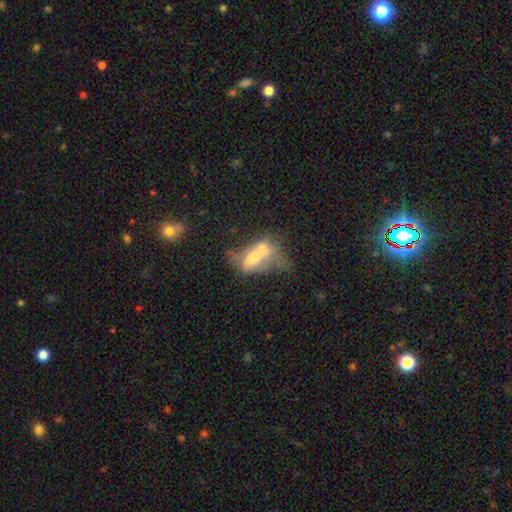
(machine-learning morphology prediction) Smooth or featured? Predicted: smooth (p=0.46). Merging? Predicted: merger (p=0.57).